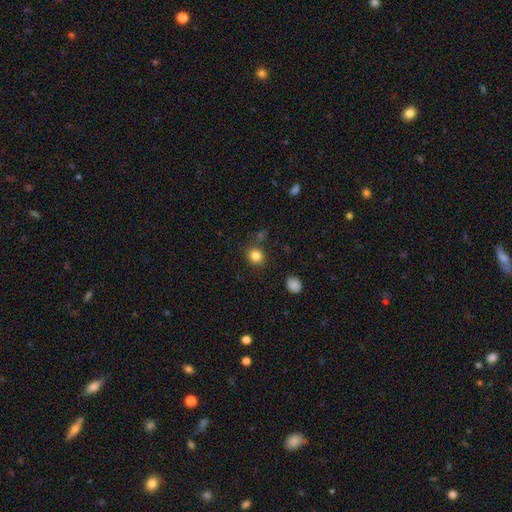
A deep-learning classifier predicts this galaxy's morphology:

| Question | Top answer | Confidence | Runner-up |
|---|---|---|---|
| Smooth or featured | smooth | 83% | star or artifact (12%) |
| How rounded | round | 83% | in between (16%) |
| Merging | none | 84% | minor disturbance (9%) |